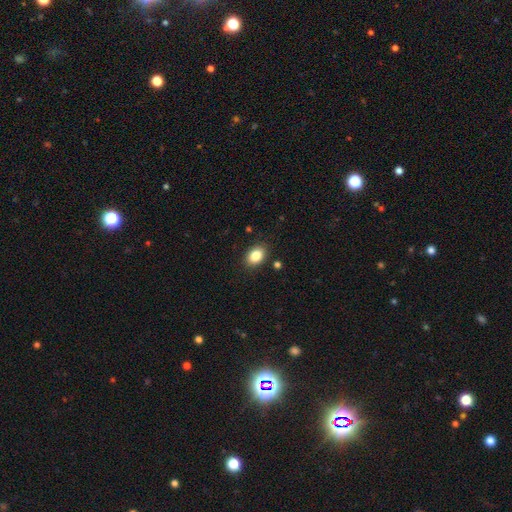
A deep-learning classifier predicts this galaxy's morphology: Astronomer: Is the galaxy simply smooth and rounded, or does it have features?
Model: smooth — 85%.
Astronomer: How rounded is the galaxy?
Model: in between — 77%.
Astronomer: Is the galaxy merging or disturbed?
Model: none — 87%.